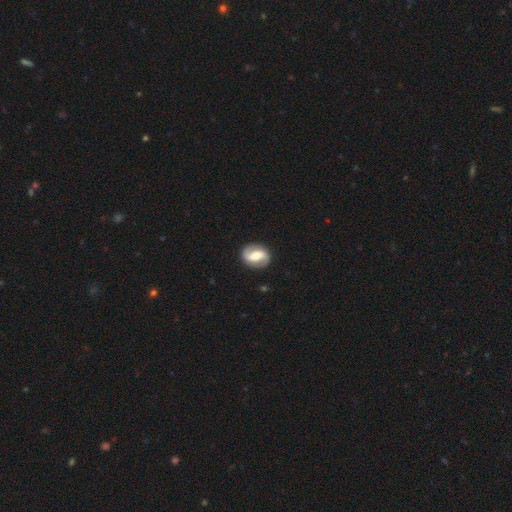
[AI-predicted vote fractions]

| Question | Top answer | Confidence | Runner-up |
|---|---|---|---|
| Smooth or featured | featured or disk | 82% | smooth (14%) |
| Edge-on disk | no | 98% | yes (2%) |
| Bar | strong | 43% | weak (37%) |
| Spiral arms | yes | 94% | no (6%) |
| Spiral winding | medium | 46% | loose (28%) |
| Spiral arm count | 2 | 93% | can't tell (3%) |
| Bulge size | moderate | 50% | large (23%) |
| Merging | none | 87% | minor disturbance (9%) |